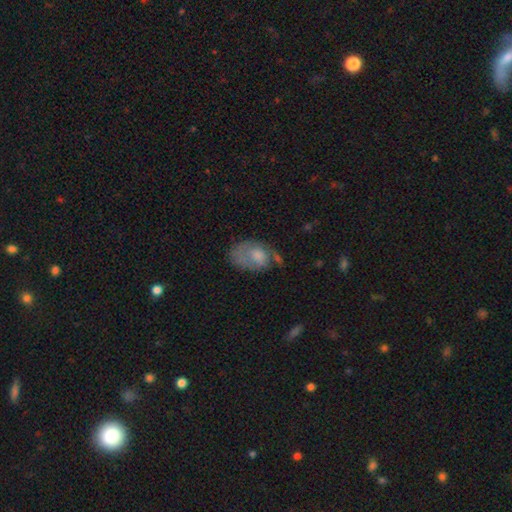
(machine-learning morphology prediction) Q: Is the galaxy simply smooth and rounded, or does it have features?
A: smooth — 62%.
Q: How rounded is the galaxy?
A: in between — 86%.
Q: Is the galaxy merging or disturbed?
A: none — 32%.